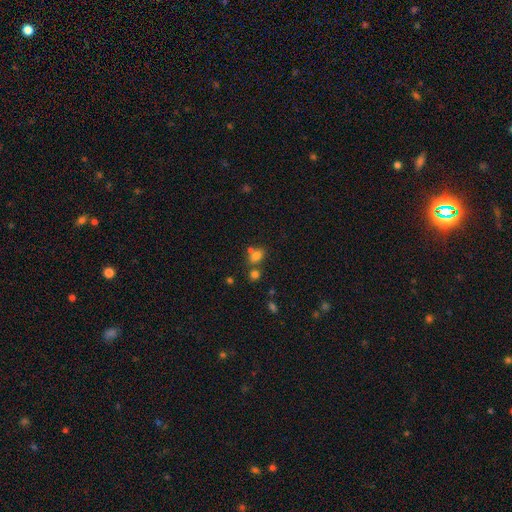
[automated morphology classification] Q: Smooth or featured?
A: smooth (74%); runner-up: star or artifact (17%)
Q: How rounded?
A: in between (70%); runner-up: round (28%)
Q: Merging?
A: none (50%); runner-up: merger (32%)